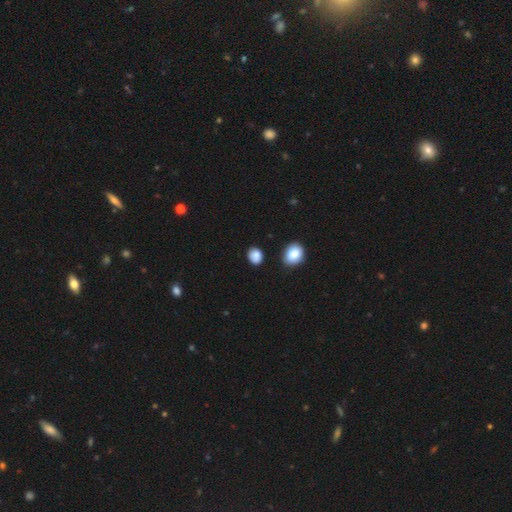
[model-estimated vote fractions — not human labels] This appears to be a smooth galaxy with no disk features (85%) that is round (57%). Merging: none (82%).